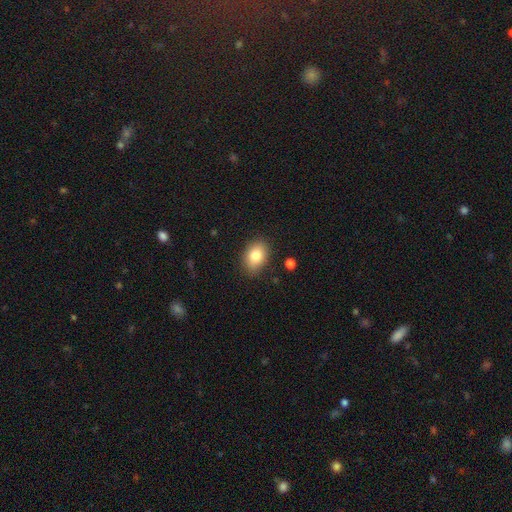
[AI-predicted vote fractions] The model was most divided on "how rounded": in between: 78%, round: 21%, cigar-shaped: 1%. More confident: merging — none (85%); smooth or featured — smooth (81%).